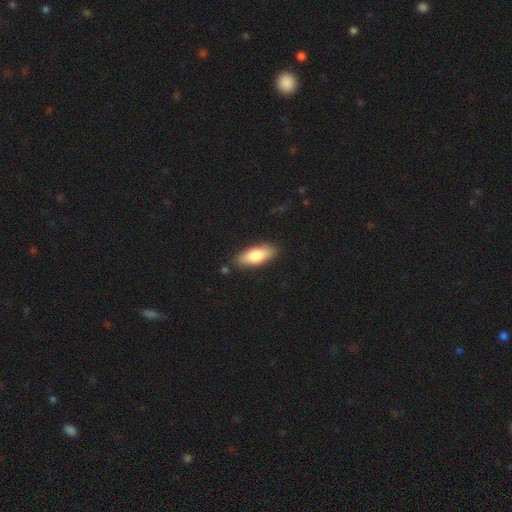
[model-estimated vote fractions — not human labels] smooth_or_featured: smooth (p=0.75) [alt: featured or disk p=0.20]
how_rounded: in between (p=0.75) [alt: cigar-shaped p=0.23]
merging: none (p=0.85) [alt: minor disturbance p=0.11]